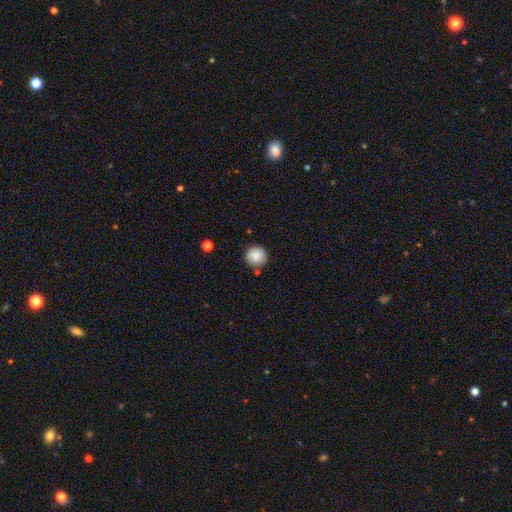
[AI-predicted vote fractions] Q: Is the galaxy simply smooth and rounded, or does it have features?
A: smooth — 86%.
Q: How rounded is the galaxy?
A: round — 96%.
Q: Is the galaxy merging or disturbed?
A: none — 86%.